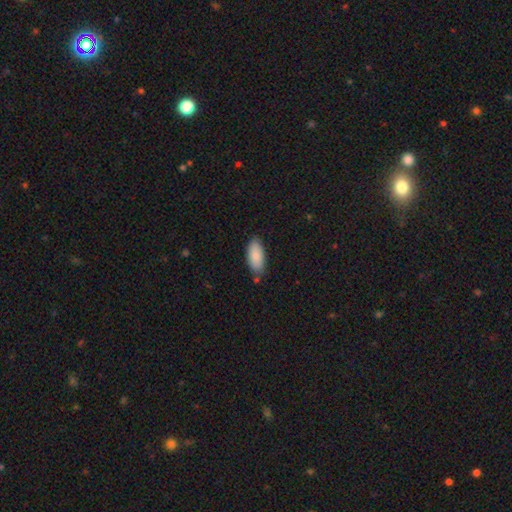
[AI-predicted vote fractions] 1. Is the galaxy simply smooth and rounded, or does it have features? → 87% smooth, 7% featured or disk, 6% star or artifact.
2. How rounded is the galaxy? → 88% in between, 10% cigar-shaped, 2% round.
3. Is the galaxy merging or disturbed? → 77% none, 16% minor disturbance, 4% merger, 3% major disturbance.